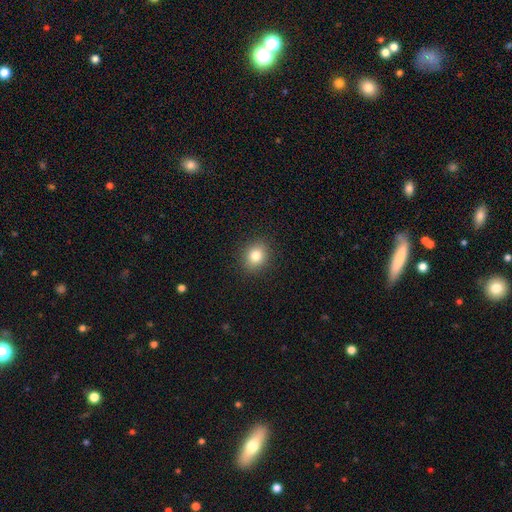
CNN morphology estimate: This is clearly a smooth galaxy (81%). How rounded: likely round (61%). Merging: clearly none (90%).